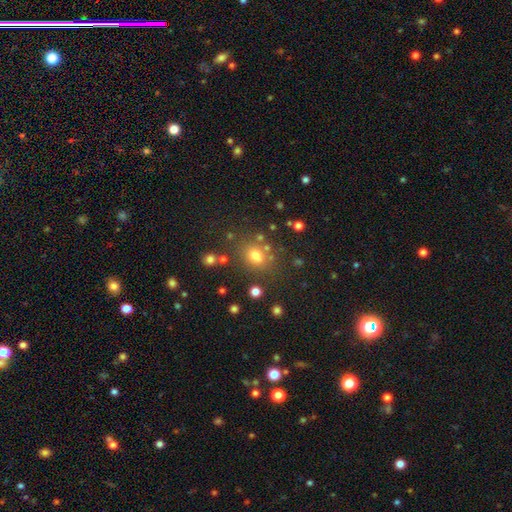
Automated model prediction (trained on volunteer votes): A smooth galaxy with no disk features (72%) that is round (55%). Merging: none (74%).